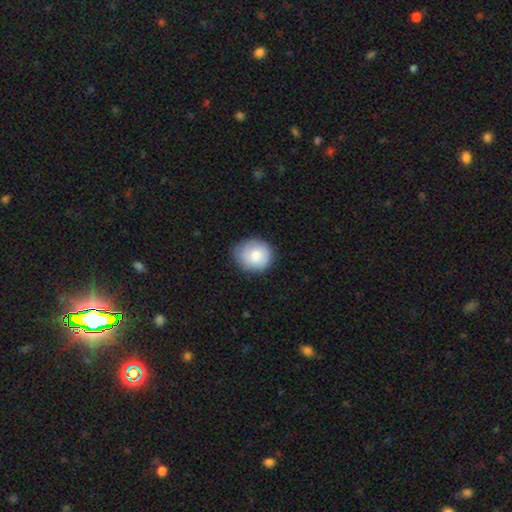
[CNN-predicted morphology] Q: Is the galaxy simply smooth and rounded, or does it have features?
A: smooth — 79%.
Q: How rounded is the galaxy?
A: round — 81%.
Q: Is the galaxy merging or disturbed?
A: none — 74%.